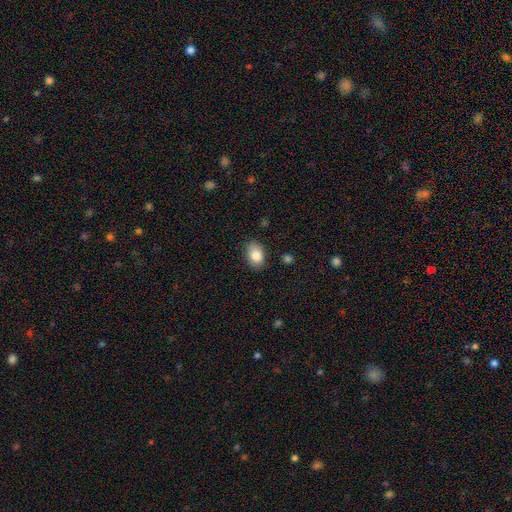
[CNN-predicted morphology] A smooth galaxy with no disk features (85%) that is in between round and cigar-shaped (83%).

Vote fractions:
- Smooth or featured? smooth: 85% / featured or disk: 8% / star or artifact: 8%
- How rounded? in between: 83% / round: 16% / cigar-shaped: 1%
- Merging? none: 80% / minor disturbance: 15% / major disturbance: 3% / merger: 1%